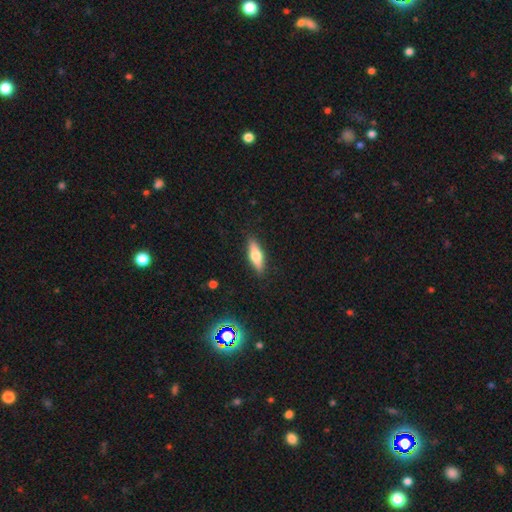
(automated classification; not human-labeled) This appears to be a smooth galaxy with no disk features (58%) that is cigar-shaped (53%). Merging: none (89%).